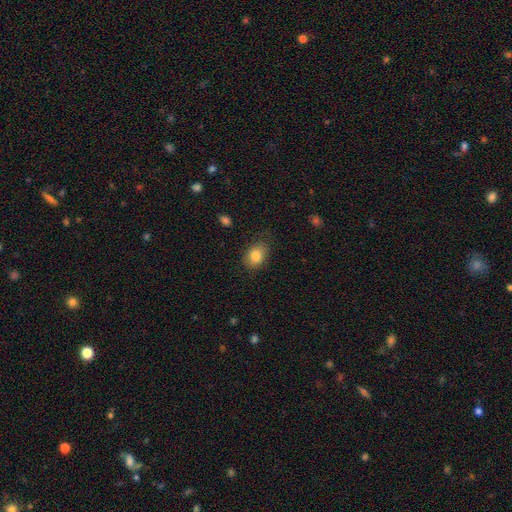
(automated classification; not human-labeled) smooth-or-featured: smooth: 84% | star or artifact: 8% | featured or disk: 8%
  how-rounded: in between: 71% | round: 28% | cigar-shaped: 1%
  merging: none: 77% | minor disturbance: 17% | major disturbance: 4% | merger: 1%